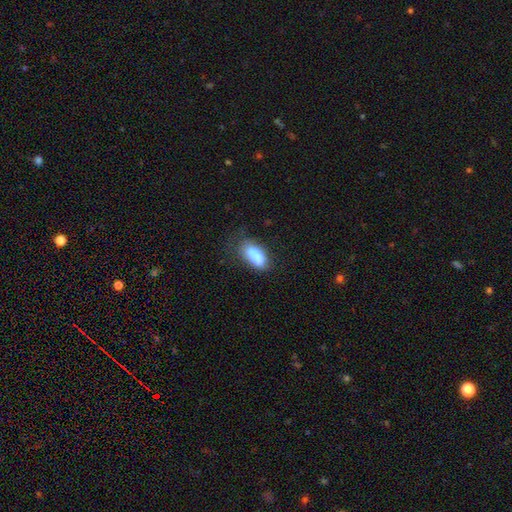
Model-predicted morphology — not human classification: A smooth galaxy with no disk features (81%) that is in between round and cigar-shaped (85%). Merging: none (53%).